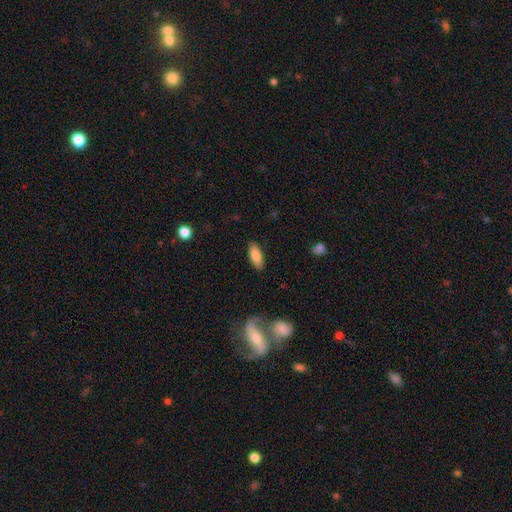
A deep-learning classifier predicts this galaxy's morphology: smooth_or_featured: smooth (p=0.83) [alt: featured or disk p=0.11]
how_rounded: in between (p=0.79) [alt: cigar-shaped p=0.19]
merging: none (p=0.86) [alt: minor disturbance p=0.10]